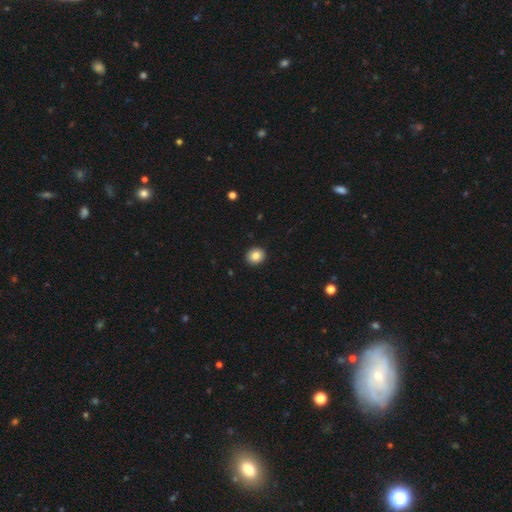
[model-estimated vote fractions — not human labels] smooth 85%, star or artifact 9%, featured or disk 6%. Down the decision tree: how rounded — round (72%); merging — none (92%).